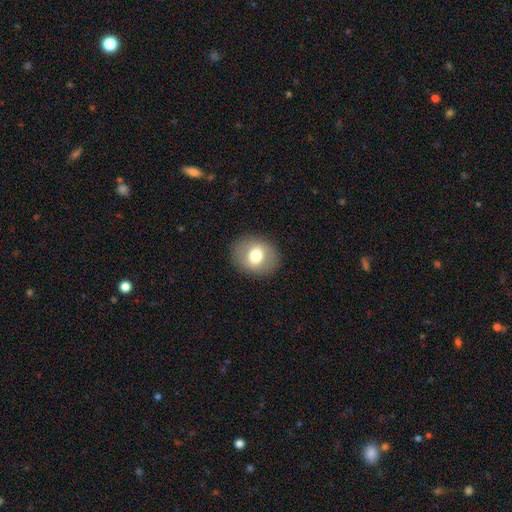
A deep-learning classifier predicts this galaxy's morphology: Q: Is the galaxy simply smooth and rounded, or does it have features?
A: smooth — 69%.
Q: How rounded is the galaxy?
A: round — 56%.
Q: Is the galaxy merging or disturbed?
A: none — 88%.